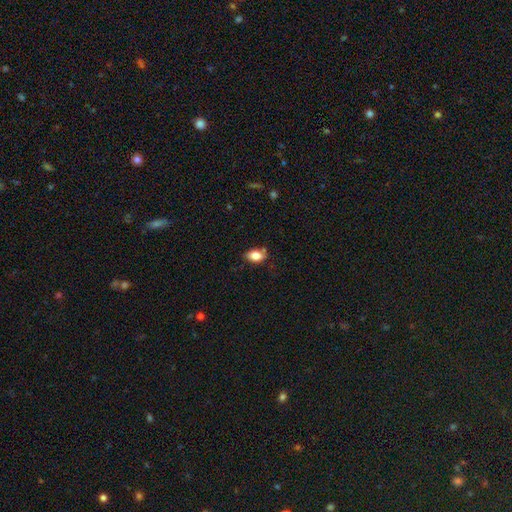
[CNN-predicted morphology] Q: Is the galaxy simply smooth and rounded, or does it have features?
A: smooth — 82%.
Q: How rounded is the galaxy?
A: in between — 87%.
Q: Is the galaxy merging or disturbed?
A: none — 73%.